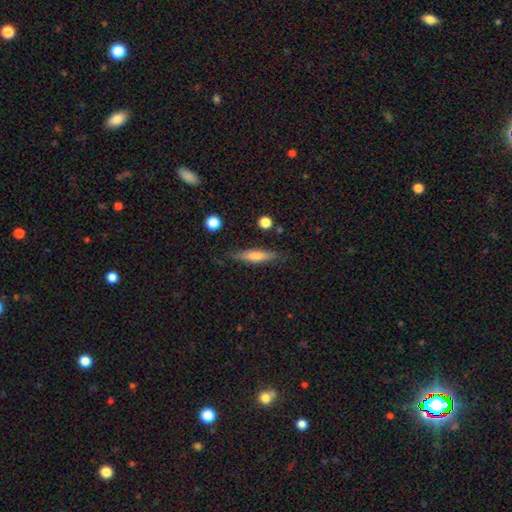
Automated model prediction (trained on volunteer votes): smooth-or-featured: smooth: 48% | featured or disk: 45% | star or artifact: 7%
  merging: none: 84% | minor disturbance: 12% | major disturbance: 3% | merger: 2%